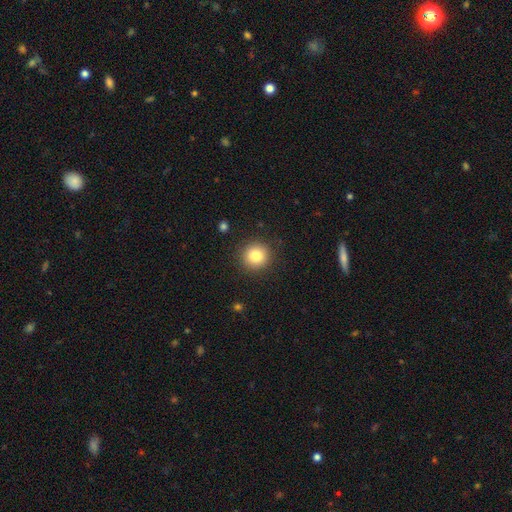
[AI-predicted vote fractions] smooth-or-featured: smooth: 83% | star or artifact: 10% | featured or disk: 7%
  how-rounded: round: 92% | in between: 7% | cigar-shaped: 1%
  merging: none: 90% | minor disturbance: 6% | major disturbance: 2% | merger: 1%